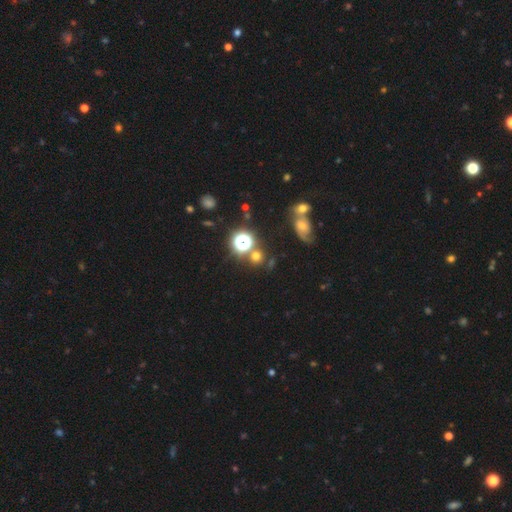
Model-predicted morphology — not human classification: smooth_or_featured: smooth (p=0.54) [alt: star or artifact p=0.37]
how_rounded: round (p=0.86) [alt: in between p=0.13]
merging: none (p=0.70) [alt: merger p=0.15]